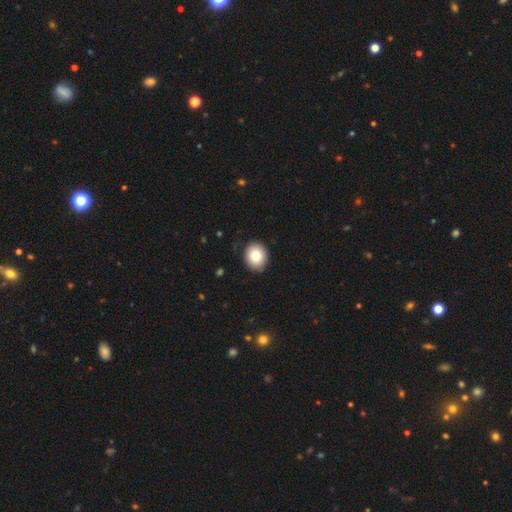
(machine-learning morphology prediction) smooth 82%, featured or disk 9%, star or artifact 9%. Down the decision tree: how rounded — round (71%); merging — none (88%).